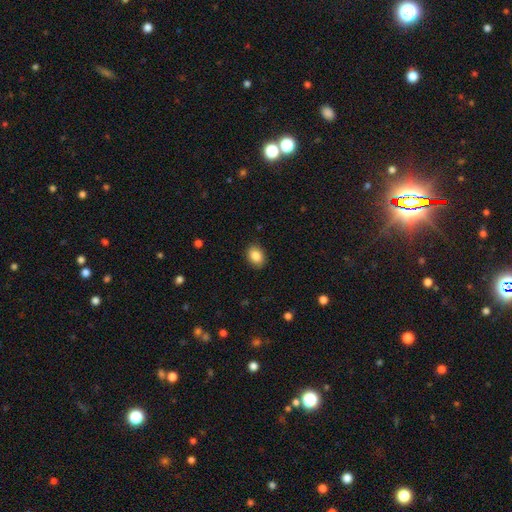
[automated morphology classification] This is clearly a smooth galaxy (86%). How rounded: likely in between (67%). Merging: clearly none (88%).